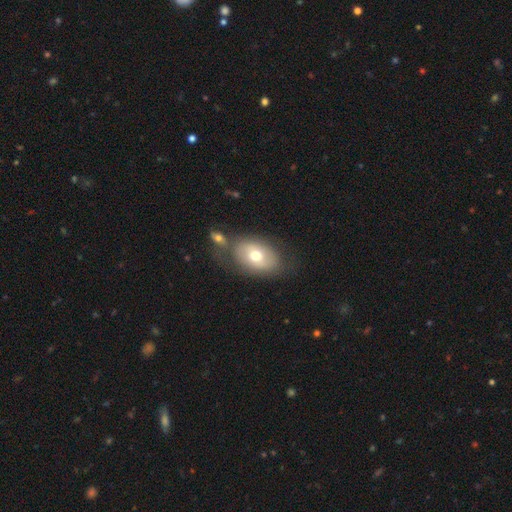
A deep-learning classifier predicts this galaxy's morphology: smooth 59%, featured or disk 33%, star or artifact 8%. Down the decision tree: how rounded — in between (82%); merging — none (60%).